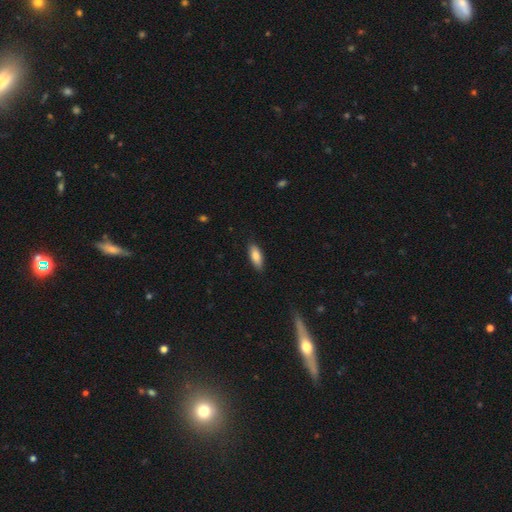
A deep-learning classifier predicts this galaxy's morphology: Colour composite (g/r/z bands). It shows a smooth galaxy with no disk features (83%) that is in between round and cigar-shaped (71%). Merging: none (87%).